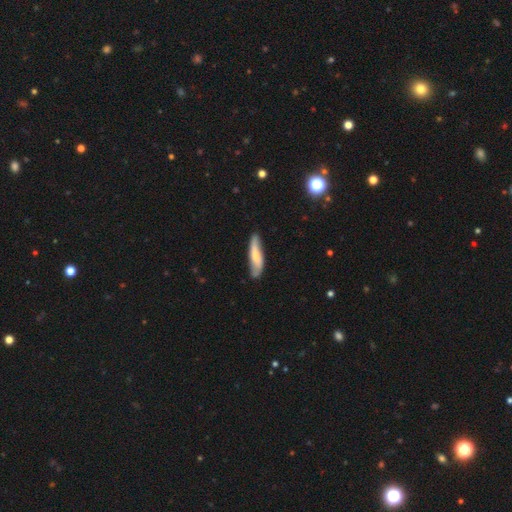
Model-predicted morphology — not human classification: Overall: smooth (55%; featured or disk 39%). How rounded: cigar-shaped (71%). Merging: none (71%).